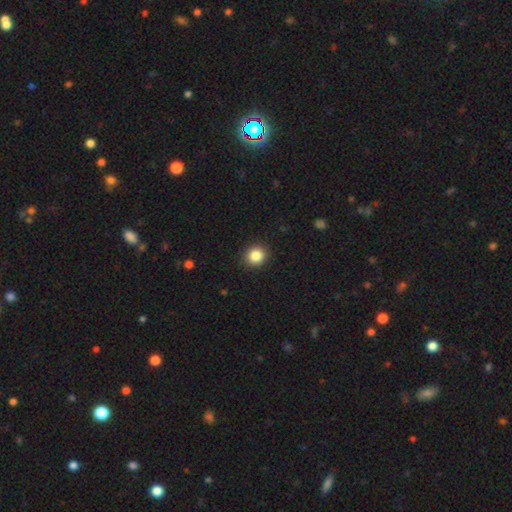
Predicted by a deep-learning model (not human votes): Smooth or featured: smooth — 85% (star or artifact — 11%)
How rounded: round — 87% (in between — 12%)
Merging: none — 91% (minor disturbance — 6%)